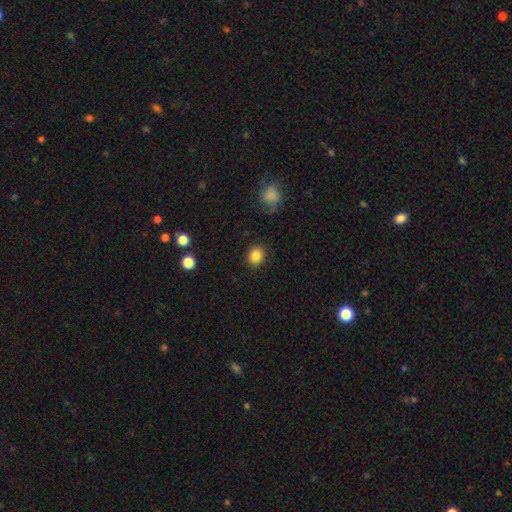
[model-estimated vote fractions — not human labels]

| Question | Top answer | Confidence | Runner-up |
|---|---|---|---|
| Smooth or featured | smooth | 86% | star or artifact (10%) |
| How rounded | round | 76% | in between (23%) |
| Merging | none | 89% | minor disturbance (7%) |